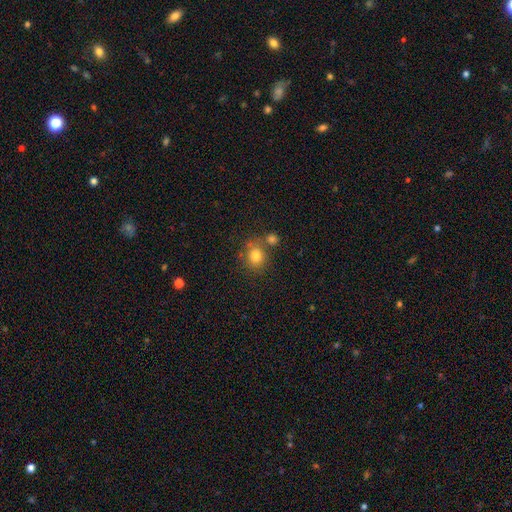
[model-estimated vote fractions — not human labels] smooth-or-featured: smooth: 80% | star or artifact: 11% | featured or disk: 8%
  how-rounded: round: 74% | in between: 25% | cigar-shaped: 1%
  merging: none: 63% | merger: 20% | minor disturbance: 13% | major disturbance: 5%